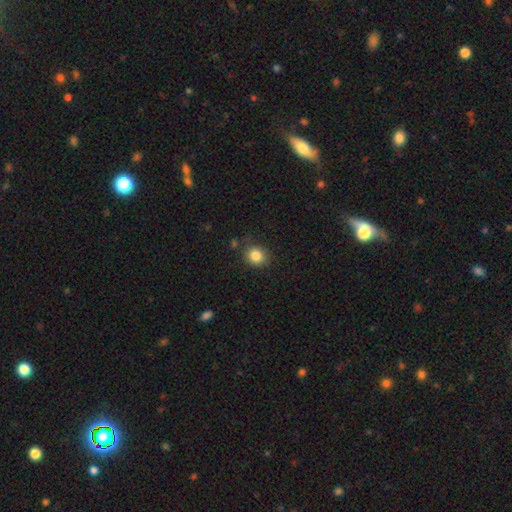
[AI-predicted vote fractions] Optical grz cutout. It shows a smooth galaxy with no disk features (84%) that is round (73%). Merging: none (79%).